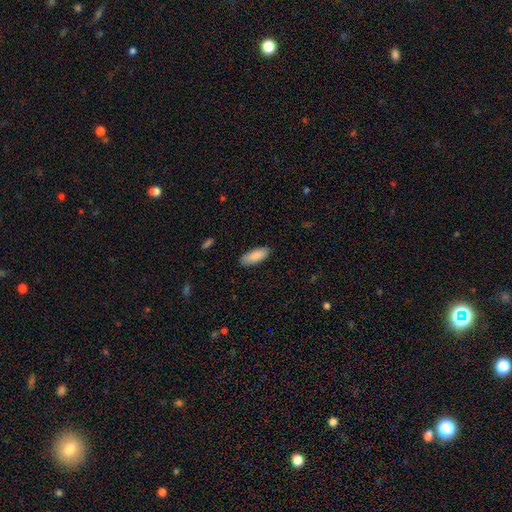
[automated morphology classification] Smooth or featured?
  - smooth: 87% *
  - featured or disk: 7%
  - star or artifact: 6%
How rounded?
  - in between: 74% *
  - cigar-shaped: 24%
  - round: 2%
Merging?
  - none: 86% *
  - minor disturbance: 11%
  - major disturbance: 2%
  - merger: 1%